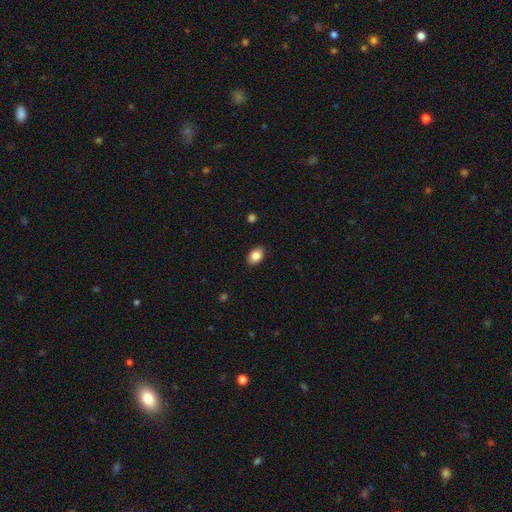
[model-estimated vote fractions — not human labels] This is clearly a smooth galaxy (86%). How rounded: likely in between (80%). Merging: clearly none (89%).